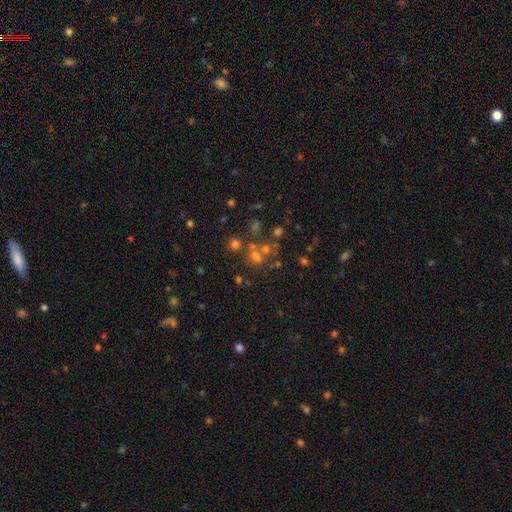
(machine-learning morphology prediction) This appears to be a star or artifact, not a galaxy (43%).